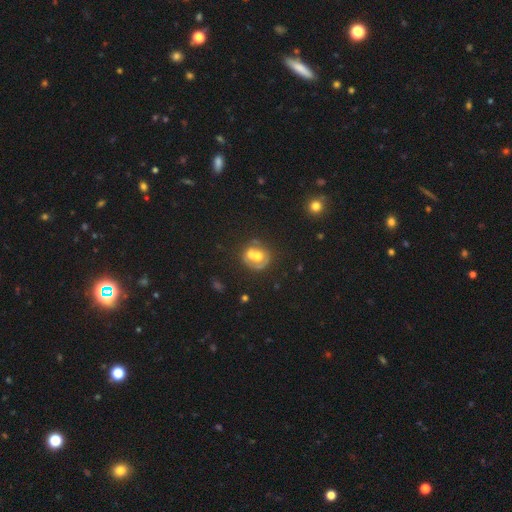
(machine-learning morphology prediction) This appears to be a featured or disk galaxy (48%). Merging: merger (51%).